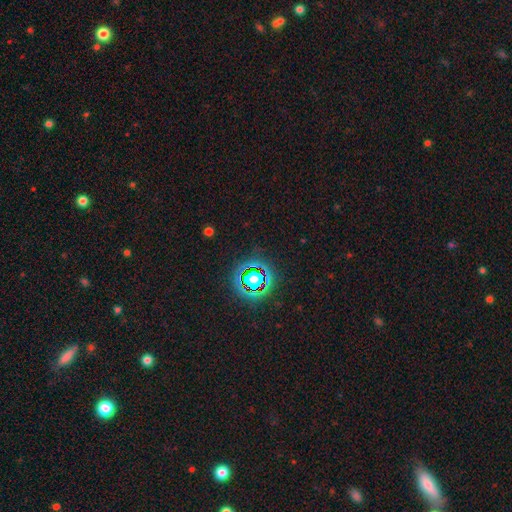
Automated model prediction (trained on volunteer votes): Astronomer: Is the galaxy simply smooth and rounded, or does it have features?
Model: star or artifact — 78%.